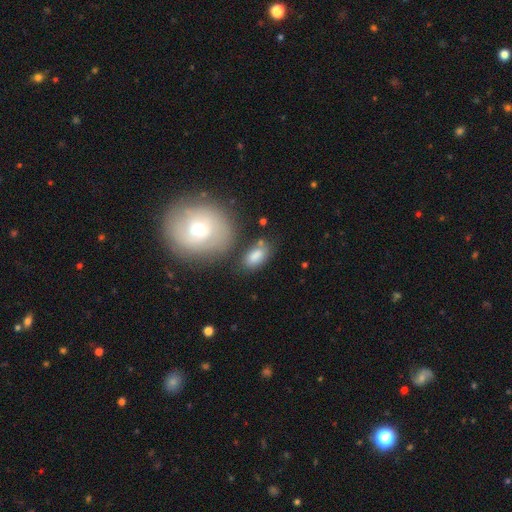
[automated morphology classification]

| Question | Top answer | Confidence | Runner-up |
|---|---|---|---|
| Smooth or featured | smooth | 81% | featured or disk (11%) |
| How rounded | in between | 91% | round (6%) |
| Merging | none | 63% | minor disturbance (18%) |